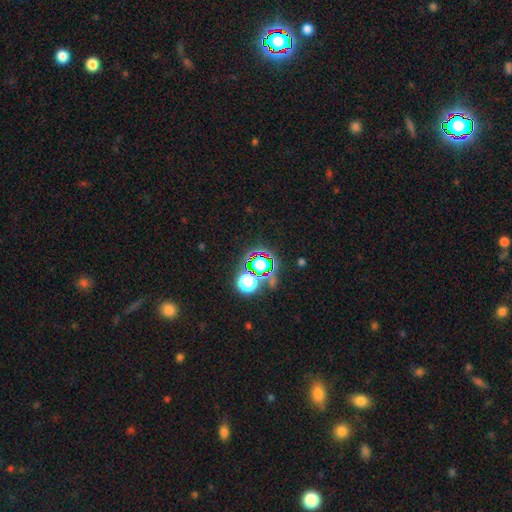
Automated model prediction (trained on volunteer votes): Smooth or featured: star or artifact — 61% (smooth — 25%)